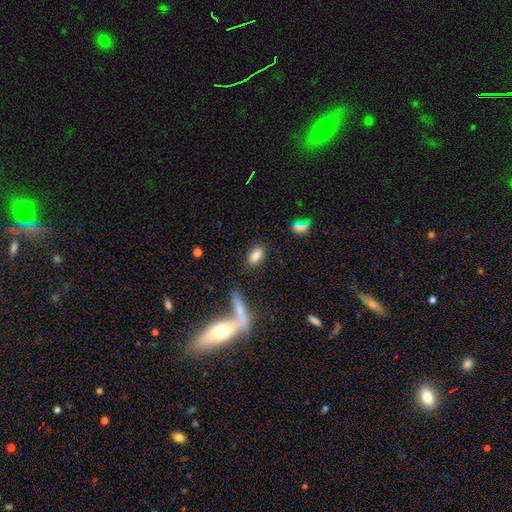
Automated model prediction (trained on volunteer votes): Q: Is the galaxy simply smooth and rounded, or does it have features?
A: smooth — 82%.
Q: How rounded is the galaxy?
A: in between — 87%.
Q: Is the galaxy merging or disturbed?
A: none — 78%.